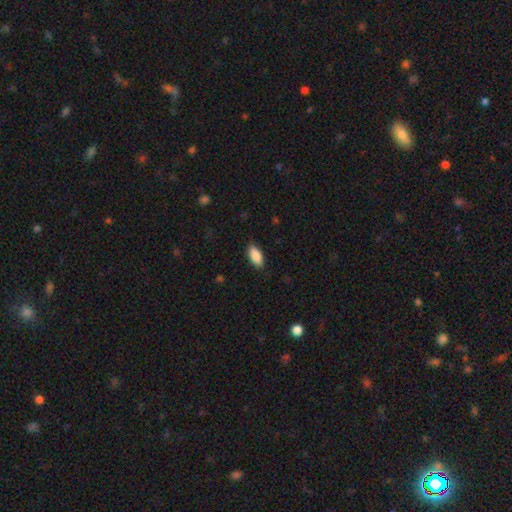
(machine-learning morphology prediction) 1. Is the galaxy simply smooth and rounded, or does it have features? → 88% smooth, 6% star or artifact, 6% featured or disk.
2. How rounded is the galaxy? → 88% in between, 10% cigar-shaped, 2% round.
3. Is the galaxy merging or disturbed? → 87% none, 10% minor disturbance, 2% major disturbance, 1% merger.